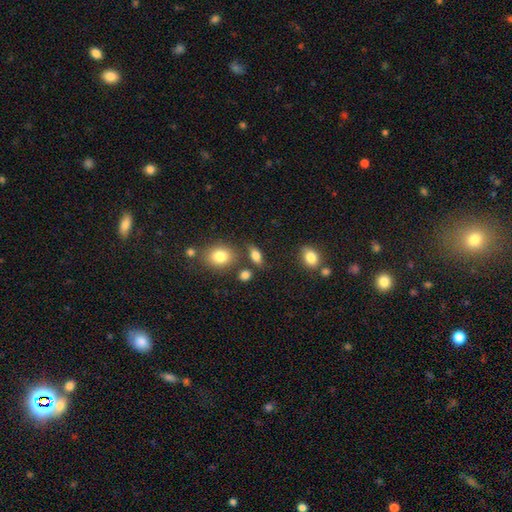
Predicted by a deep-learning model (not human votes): A smooth galaxy with no disk features (79%) that is in between round and cigar-shaped (80%).

Vote fractions:
- Smooth or featured? smooth: 79% / featured or disk: 12% / star or artifact: 9%
- How rounded? in between: 80% / round: 11% / cigar-shaped: 10%
- Merging? none: 72% / minor disturbance: 14% / merger: 9% / major disturbance: 5%